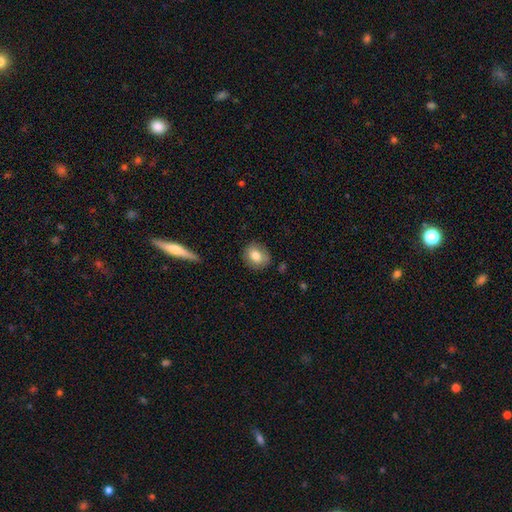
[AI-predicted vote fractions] smooth 78%, featured or disk 14%, star or artifact 8%. Down the decision tree: how rounded — round (73%); merging — none (83%).